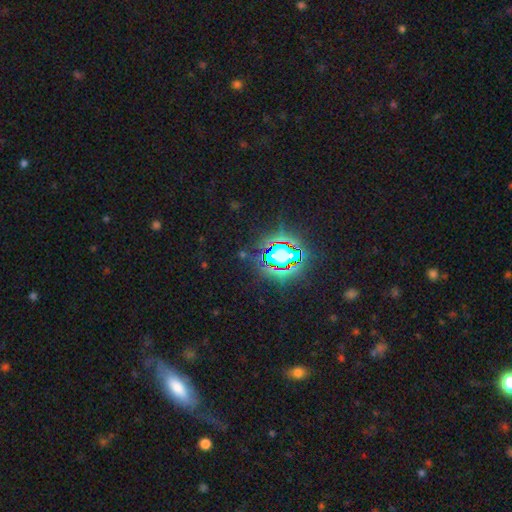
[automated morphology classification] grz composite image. It shows a star or artifact, not a galaxy (76%).